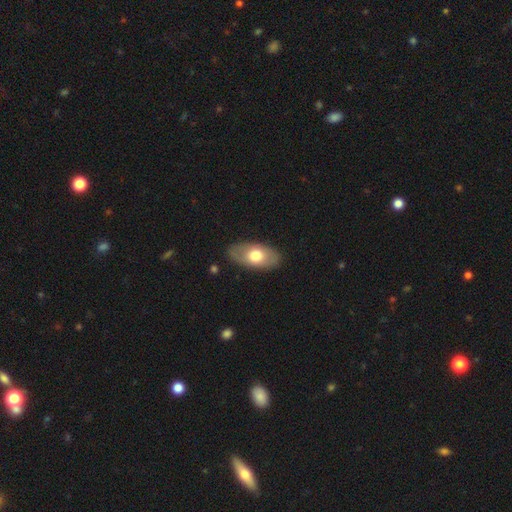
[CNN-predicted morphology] The model was most divided on "smooth or featured": smooth: 63%, featured or disk: 32%, star or artifact: 5%. More confident: how rounded — in between (92%); merging — none (84%).